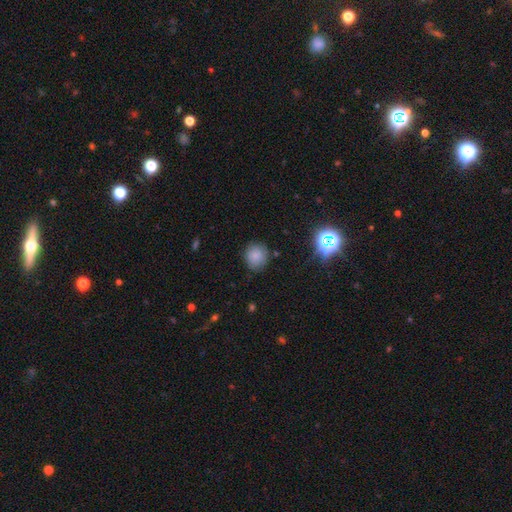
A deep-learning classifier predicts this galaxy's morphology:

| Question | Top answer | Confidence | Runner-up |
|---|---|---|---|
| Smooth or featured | smooth | 81% | star or artifact (12%) |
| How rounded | round | 83% | in between (16%) |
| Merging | none | 80% | minor disturbance (15%) |